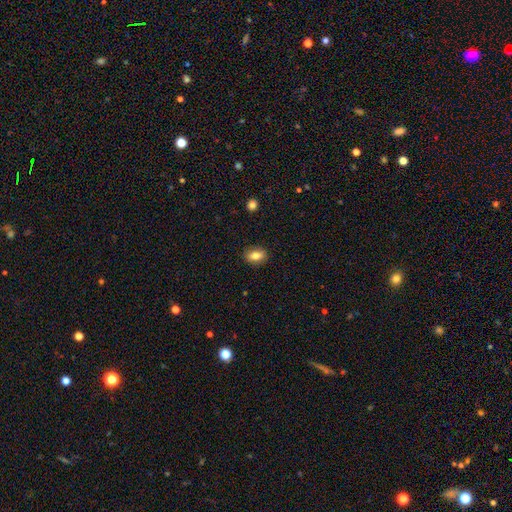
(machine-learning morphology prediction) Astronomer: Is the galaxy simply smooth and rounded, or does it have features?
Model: smooth — 80%.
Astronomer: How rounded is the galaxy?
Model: in between — 81%.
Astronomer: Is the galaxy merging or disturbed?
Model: none — 88%.